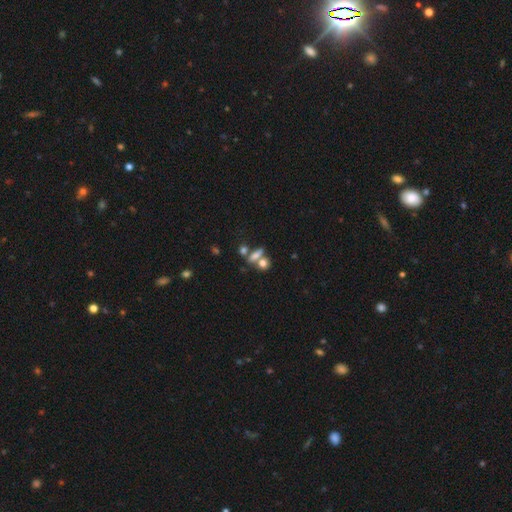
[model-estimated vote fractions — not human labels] smooth 65%, featured or disk 20%, star or artifact 15%. Down the decision tree: how rounded — in between (40%); merging — none (46%).